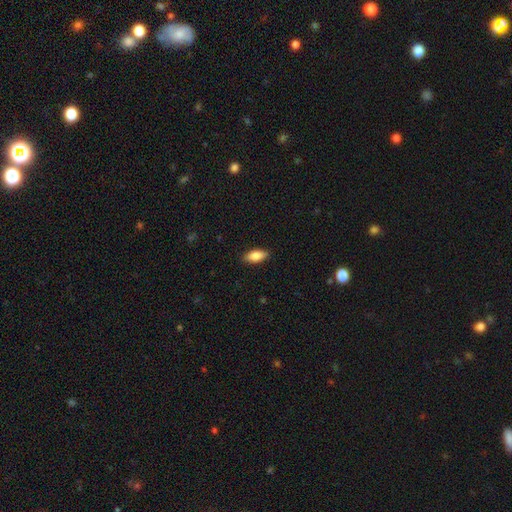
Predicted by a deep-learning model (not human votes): A smooth galaxy with no disk features (82%) that is in between round and cigar-shaped (84%). Merging: none (88%).